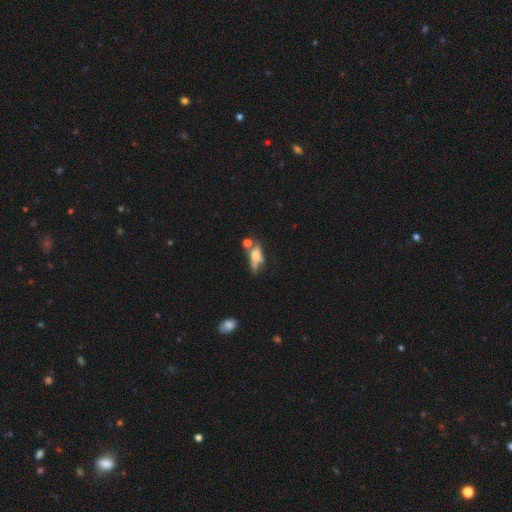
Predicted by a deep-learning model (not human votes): Smooth or featured?
  - smooth: 49% *
  - featured or disk: 39%
  - star or artifact: 12%
Merging?
  - none: 34% *
  - merger: 24%
  - minor disturbance: 23%
  - major disturbance: 19%